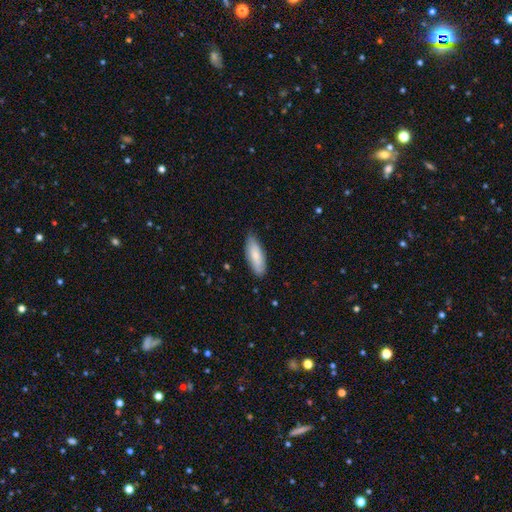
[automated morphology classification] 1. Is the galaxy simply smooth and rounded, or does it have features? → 80% smooth, 15% featured or disk, 5% star or artifact.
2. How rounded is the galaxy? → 70% in between, 29% cigar-shaped, 2% round.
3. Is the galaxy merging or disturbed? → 79% none, 17% minor disturbance, 2% major disturbance, 1% merger.